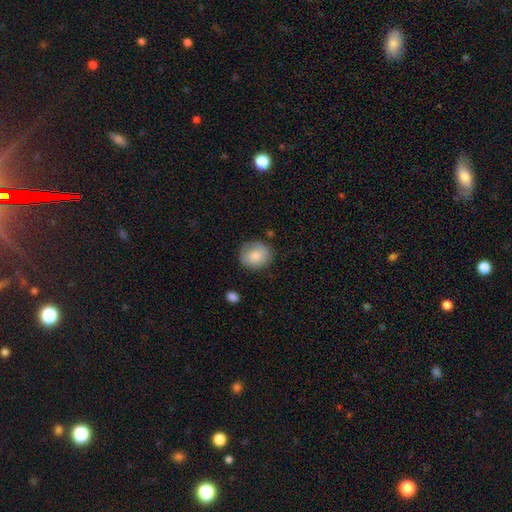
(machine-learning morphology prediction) A smooth galaxy with no disk features (80%) that is round (77%). Merging: none (75%).